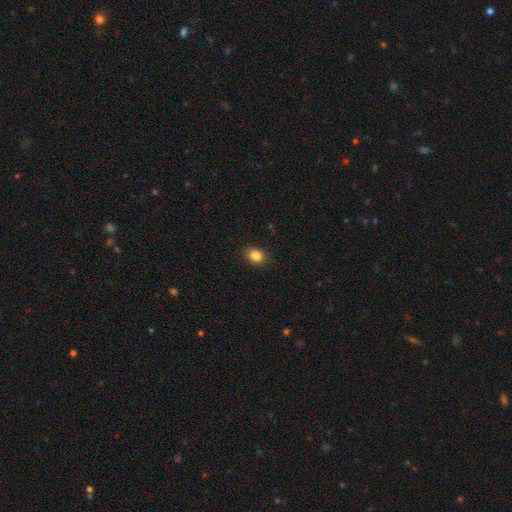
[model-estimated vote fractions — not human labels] Q: Smooth or featured?
A: smooth (86%); runner-up: star or artifact (9%)
Q: How rounded?
A: in between (57%); runner-up: round (42%)
Q: Merging?
A: none (87%); runner-up: minor disturbance (10%)